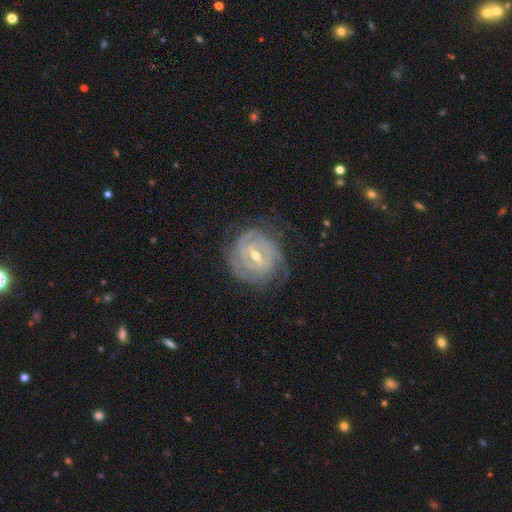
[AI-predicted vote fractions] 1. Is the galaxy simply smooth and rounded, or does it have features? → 88% featured or disk, 7% smooth, 6% star or artifact.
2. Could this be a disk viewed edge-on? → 96% no, 4% yes.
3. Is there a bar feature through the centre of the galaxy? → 48% weak, 37% strong, 15% no.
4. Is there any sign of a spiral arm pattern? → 95% yes, 5% no.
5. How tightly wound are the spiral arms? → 80% tight, 16% medium, 4% loose.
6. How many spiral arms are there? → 34% can't tell, 22% 2, 20% 3, 14% 4, 6% more than 4, 6% 1.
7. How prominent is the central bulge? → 53% moderate, 43% small, 2% large, 1% none, 1% dominant.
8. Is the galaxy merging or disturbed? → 76% none, 16% minor disturbance, 7% major disturbance, 1% merger.